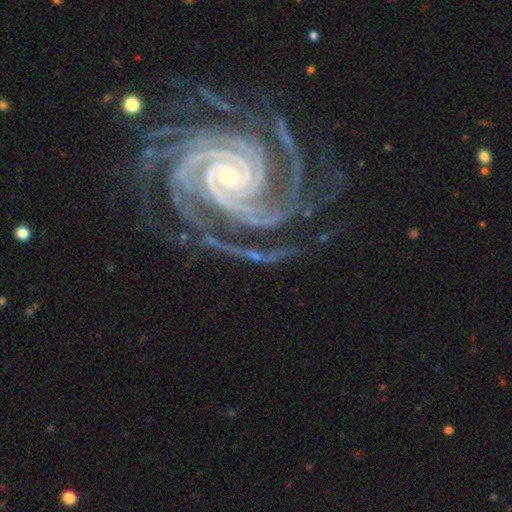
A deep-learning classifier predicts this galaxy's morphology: smooth-or-featured: featured or disk: 88% | star or artifact: 7% | smooth: 5%
  disk-edge-on: no: 96% | yes: 4%
    bar: no: 57% | strong: 22% | weak: 21%
    has-spiral-arms: yes: 98% | no: 2%
      spiral-winding: tight: 67% | medium: 27% | loose: 7%
      spiral-arm-count: 2: 33% | 3: 23% | can't tell: 14% | 4: 14% | more than 4: 9% | 1: 8%
    bulge-size: small: 69% | moderate: 26% | large: 2% | none: 2% | dominant: 1%
  merging: none: 55% | major disturbance: 21% | minor disturbance: 18% | merger: 6%